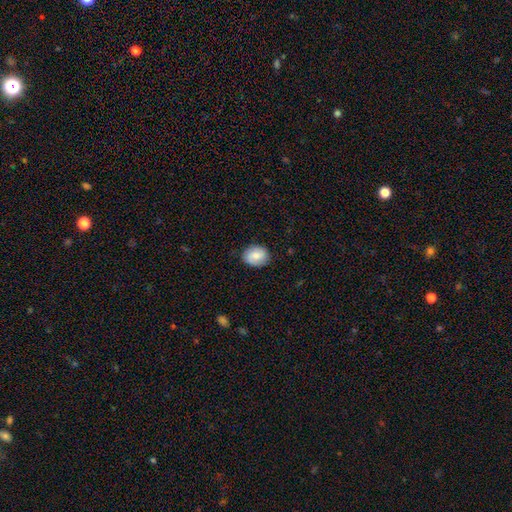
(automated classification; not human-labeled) Smooth or featured? Predicted: smooth (p=0.75). How rounded? Predicted: round (p=0.51). Merging? Predicted: none (p=0.83).